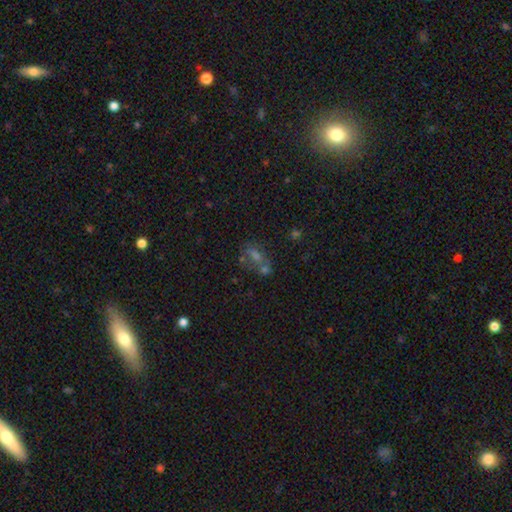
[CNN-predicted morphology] Smooth or featured? Predicted: smooth (p=0.38). Merging? Predicted: none (p=0.45).